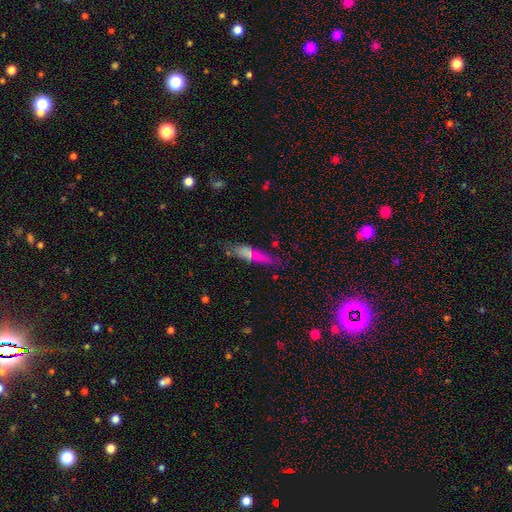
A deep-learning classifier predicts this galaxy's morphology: Smooth or featured? Predicted: smooth (p=0.69). How rounded? Predicted: cigar-shaped (p=0.72). Merging? Predicted: none (p=0.74).